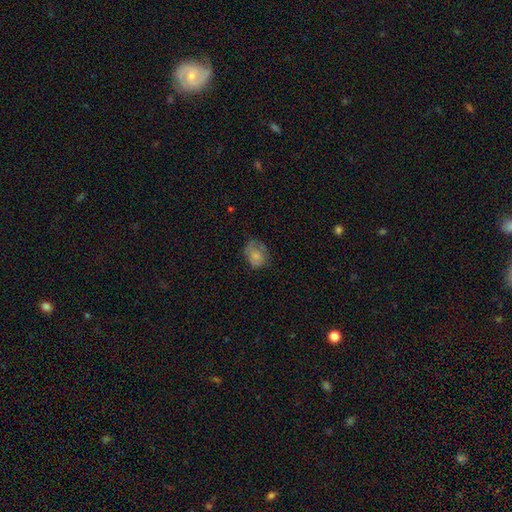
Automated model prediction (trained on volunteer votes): Smooth or featured: smooth — 74% (featured or disk — 17%)
How rounded: in between — 55% (round — 44%)
Merging: none — 55% (minor disturbance — 30%)